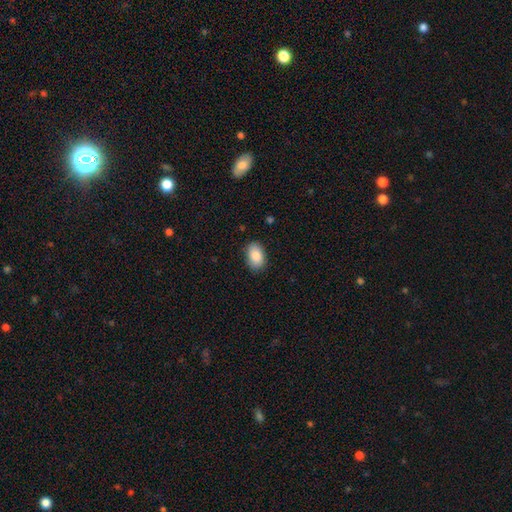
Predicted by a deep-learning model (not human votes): Smooth or featured: smooth — 88% (star or artifact — 7%)
How rounded: in between — 90% (round — 9%)
Merging: none — 84% (minor disturbance — 12%)